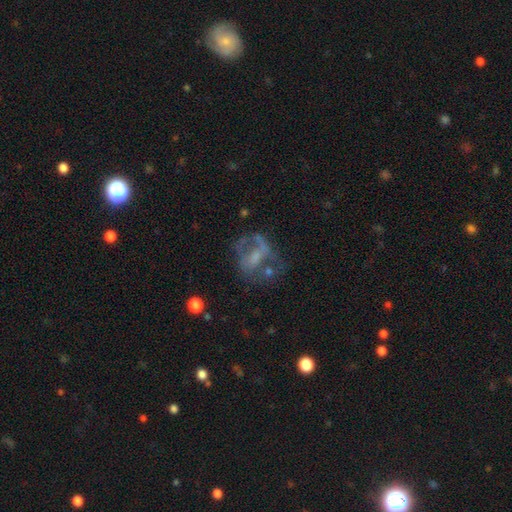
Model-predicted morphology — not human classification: Smooth or featured? Predicted: featured or disk (p=0.58). Edge-on disk? Predicted: no (p=0.97). Bar? Predicted: no (p=0.61). Spiral arms? Predicted: no (p=0.68). Bulge size? Predicted: none (p=0.38). Merging? Predicted: none (p=0.38).